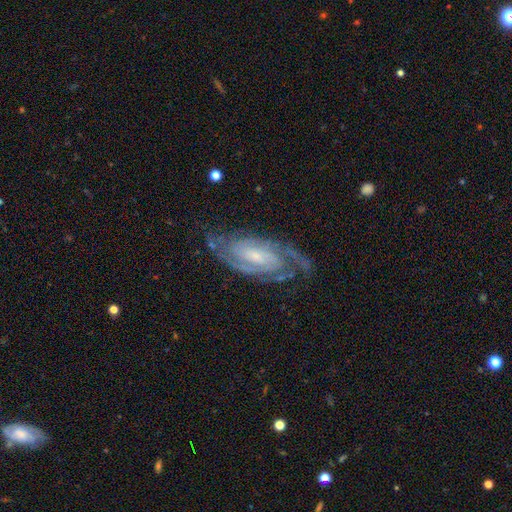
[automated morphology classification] This is clearly a featured or disk galaxy (90%). It is clearly not viewed edge-on (95%). Bar: marginally weak (44%). Spiral arm pattern: clearly yes (98%). Spiral arm count: likely 2 (72%). Spiral winding: possibly tight (59%). Central bulge: possibly small (60%). Merging: likely none (76%).